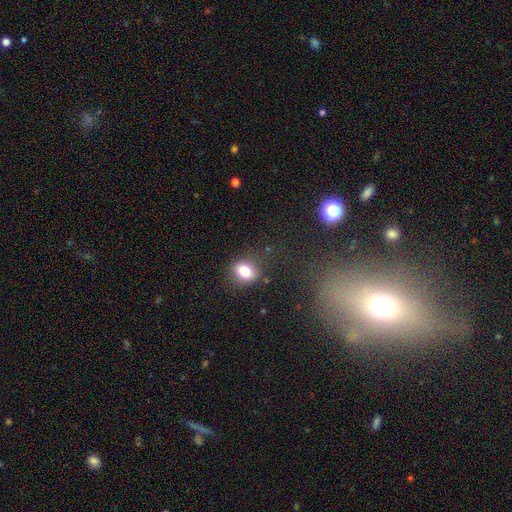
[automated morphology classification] smooth 47%, star or artifact 31%, featured or disk 22%. Down the decision tree: merging — none (66%).